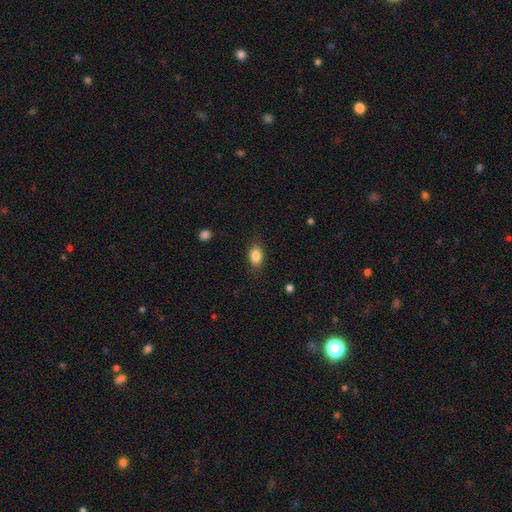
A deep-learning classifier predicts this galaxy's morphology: This is clearly a smooth galaxy (85%). How rounded: clearly in between (82%). Merging: clearly none (83%).